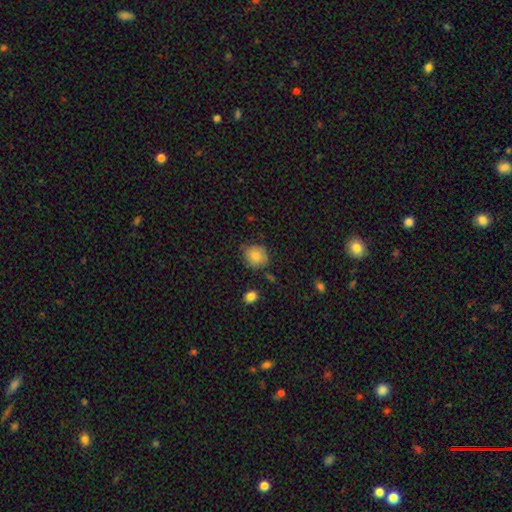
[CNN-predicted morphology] This is likely a smooth galaxy (79%). How rounded: clearly round (80%). Merging: likely none (74%).